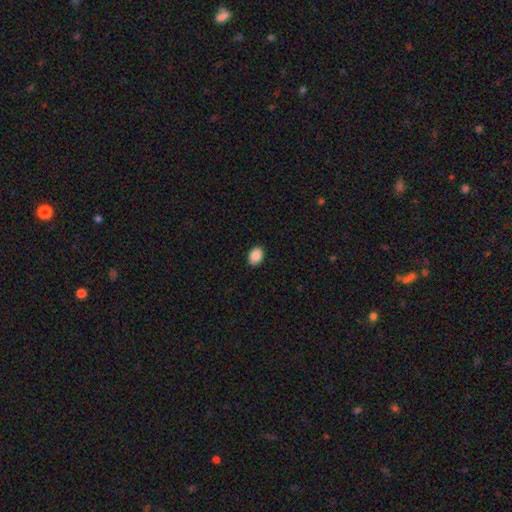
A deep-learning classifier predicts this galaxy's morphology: This is clearly a smooth galaxy (90%). How rounded: likely in between (74%). Merging: clearly none (91%).